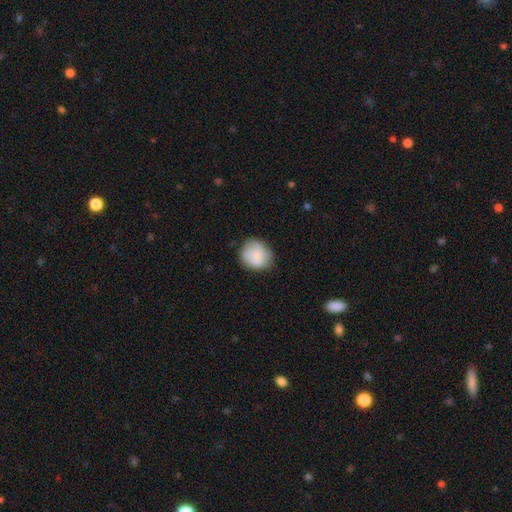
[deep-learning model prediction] Q: Smooth or featured?
A: smooth (84%); runner-up: featured or disk (10%)
Q: How rounded?
A: round (79%); runner-up: in between (21%)
Q: Merging?
A: none (74%); runner-up: minor disturbance (20%)